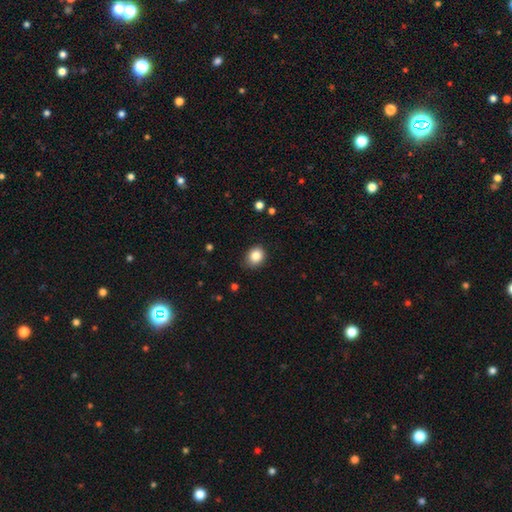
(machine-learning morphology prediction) This appears to be a smooth galaxy with no disk features (85%) that is round (65%). Merging: none (82%).